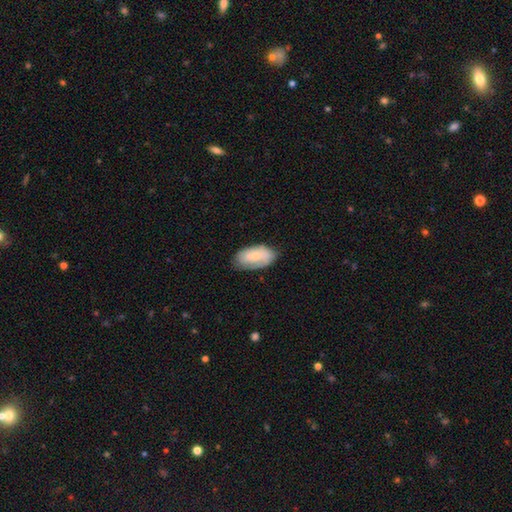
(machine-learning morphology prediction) type=smooth (68%); roundness=in between (94%); merging=none (67%).